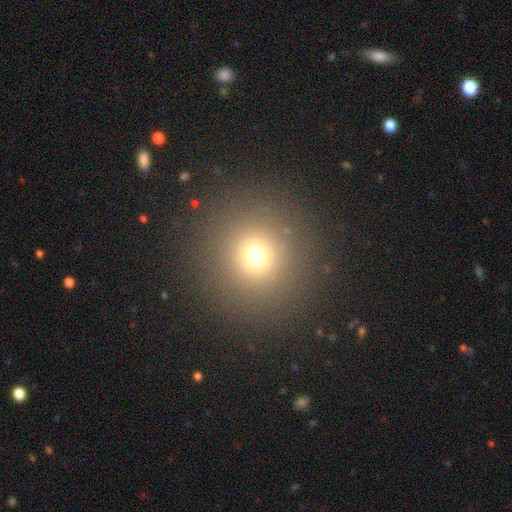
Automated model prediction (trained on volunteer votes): Smooth or featured? Predicted: smooth (p=0.69). How rounded? Predicted: round (p=0.93). Merging? Predicted: none (p=0.89).